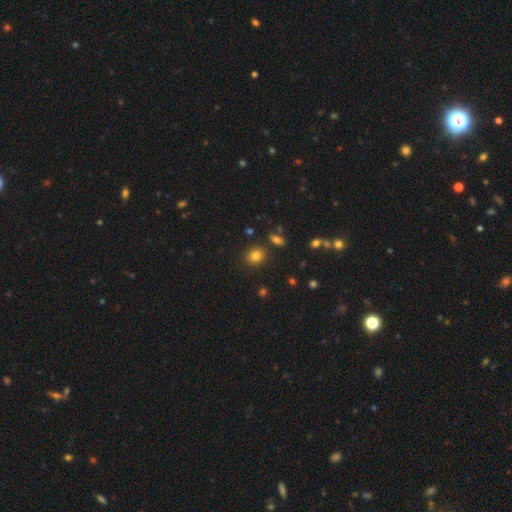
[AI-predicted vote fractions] The model was most divided on "how rounded": round: 76%, in between: 23%, cigar-shaped: 1%. More confident: merging — none (84%); smooth or featured — smooth (82%).